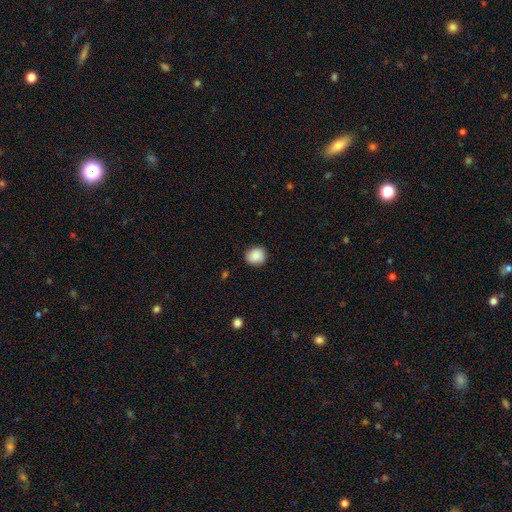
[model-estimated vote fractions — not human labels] This appears to be a smooth galaxy with no disk features (88%) that is round (84%). Merging: none (88%).